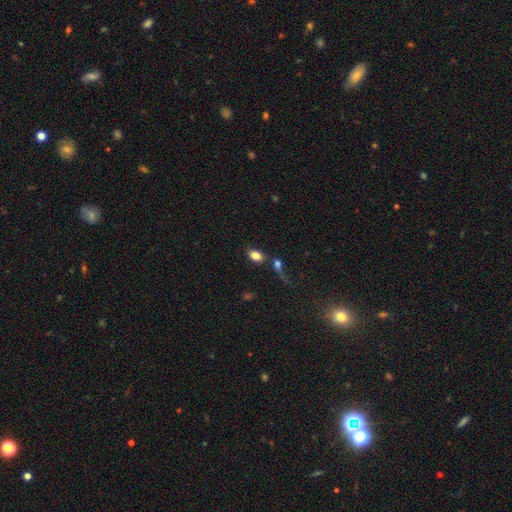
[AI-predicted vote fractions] smooth-or-featured: smooth: 81% | featured or disk: 10% | star or artifact: 9%
  how-rounded: in between: 88% | round: 9% | cigar-shaped: 3%
  merging: none: 61% | merger: 22% | minor disturbance: 11% | major disturbance: 6%